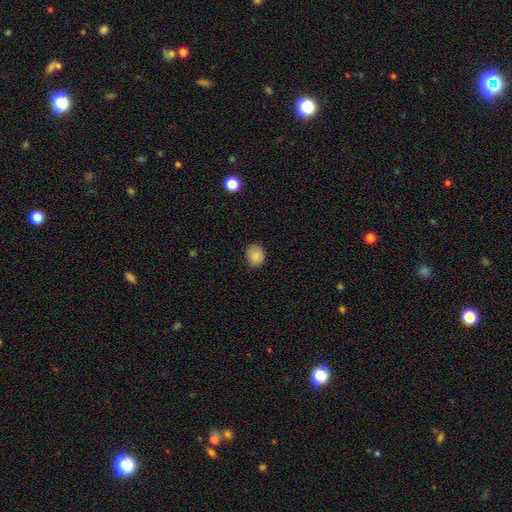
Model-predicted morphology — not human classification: Smooth or featured? Predicted: smooth (p=0.86). How rounded? Predicted: round (p=0.66). Merging? Predicted: none (p=0.77).